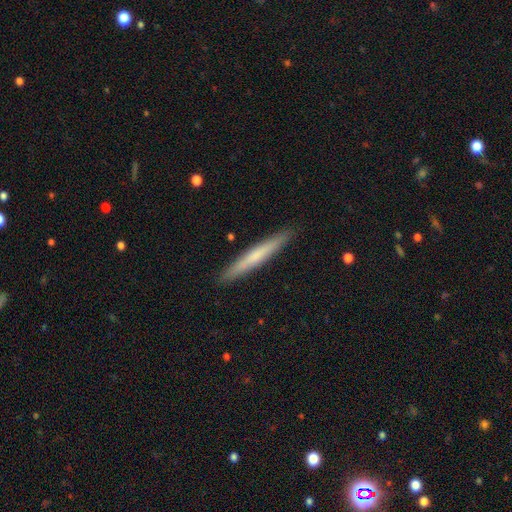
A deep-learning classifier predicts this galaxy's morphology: Smooth or featured?
  - smooth: 59% *
  - featured or disk: 35%
  - star or artifact: 6%
How rounded?
  - cigar-shaped: 96% *
  - in between: 3%
  - round: 1%
Merging?
  - none: 91% *
  - minor disturbance: 6%
  - major disturbance: 1%
  - merger: 1%